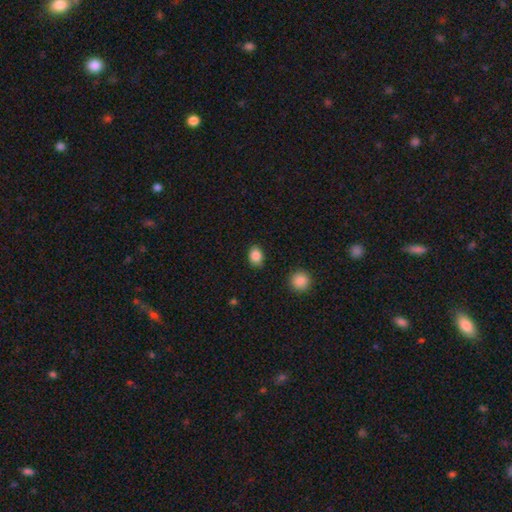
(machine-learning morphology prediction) A smooth galaxy with no disk features (86%) that is in between round and cigar-shaped (69%).

Vote fractions:
- Smooth or featured? smooth: 86% / star or artifact: 9% / featured or disk: 5%
- How rounded? in between: 69% / round: 30% / cigar-shaped: 1%
- Merging? none: 86% / minor disturbance: 10% / major disturbance: 2% / merger: 2%